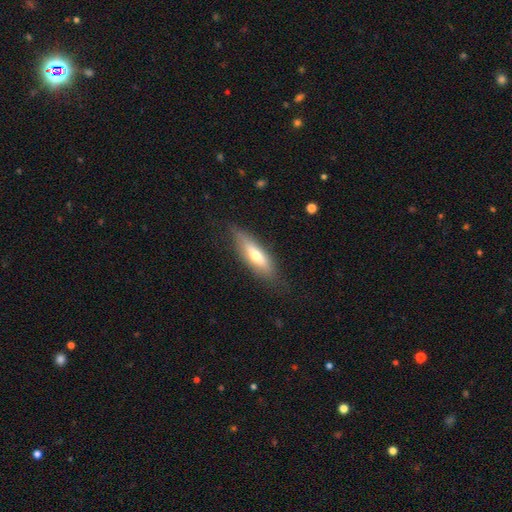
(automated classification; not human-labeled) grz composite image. It shows a smooth galaxy with no disk features (60%) that is cigar-shaped (54%). Merging: none (76%).